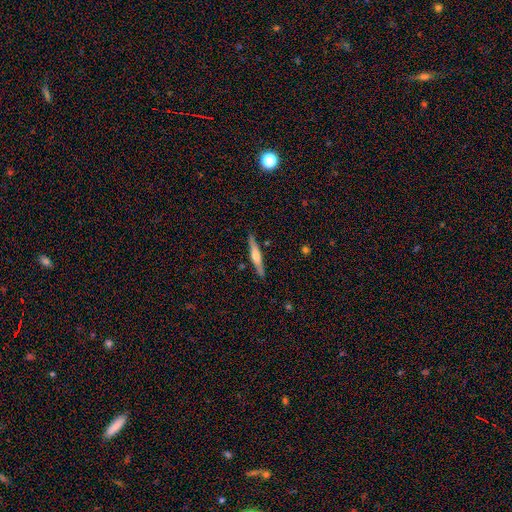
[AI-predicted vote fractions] smooth_or_featured: featured or disk (p=0.56) [alt: smooth p=0.39]
disk_edge_on: yes (p=0.96) [alt: no p=0.04]
edge_on_bulge: rounded (p=0.81) [alt: boxy p=0.09]
merging: none (p=0.88) [alt: minor disturbance p=0.08]